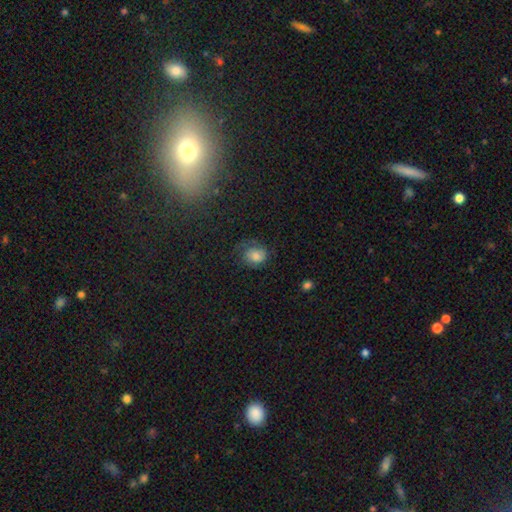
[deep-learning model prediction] smooth_or_featured: smooth (p=0.63) [alt: featured or disk p=0.24]
how_rounded: round (p=0.60) [alt: in between p=0.39]
merging: none (p=0.57) [alt: minor disturbance p=0.25]